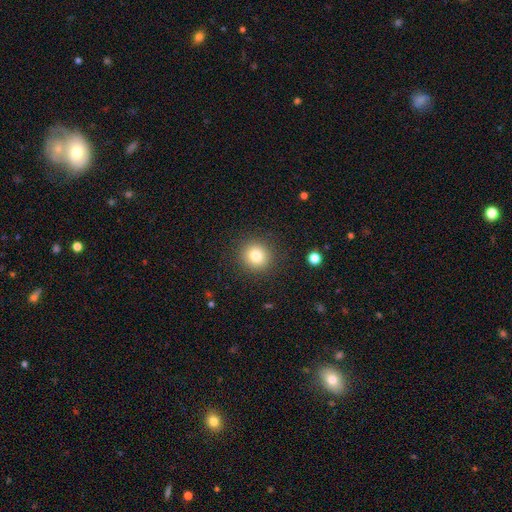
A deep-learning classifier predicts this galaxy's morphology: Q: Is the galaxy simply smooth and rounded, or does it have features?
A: smooth — 80%.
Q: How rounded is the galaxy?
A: round — 91%.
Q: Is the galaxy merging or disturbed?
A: none — 89%.